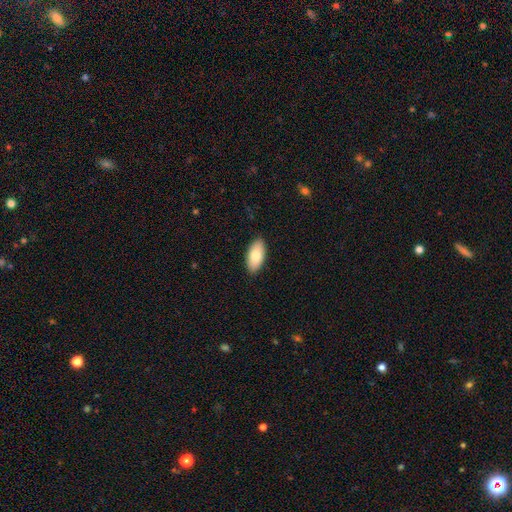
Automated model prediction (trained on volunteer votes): Smooth or featured? Predicted: smooth (p=0.80). How rounded? Predicted: in between (p=0.94). Merging? Predicted: none (p=0.89).